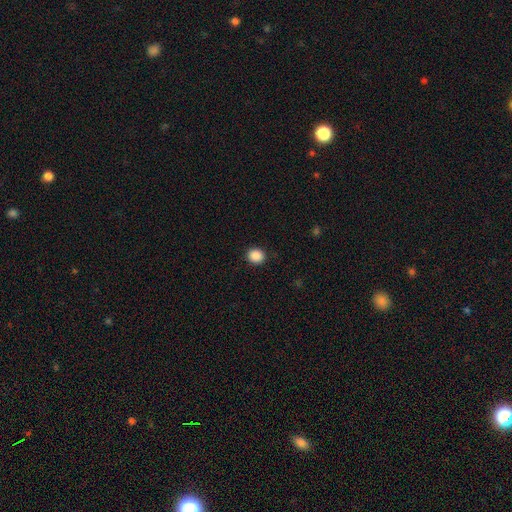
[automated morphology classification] Smooth or featured: smooth — 89% (star or artifact — 9%)
How rounded: round — 78% (in between — 21%)
Merging: none — 91% (minor disturbance — 6%)